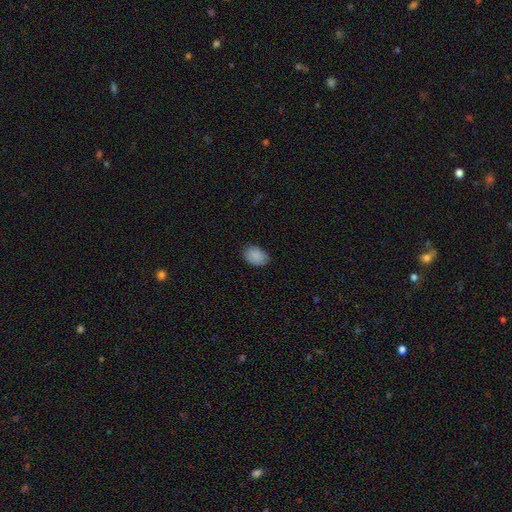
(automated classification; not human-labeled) Morphology: type=smooth (88%); roundness=in between (80%); merging=none (80%).